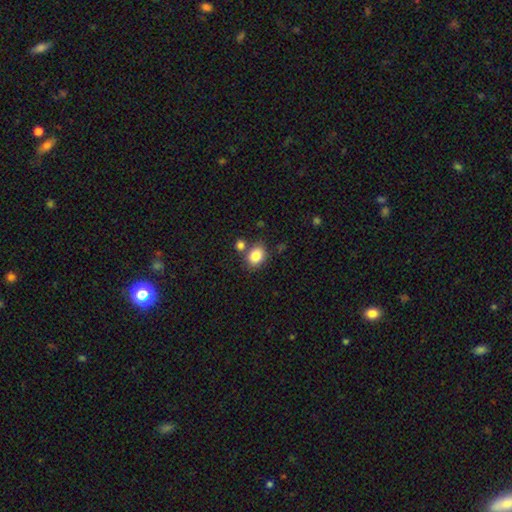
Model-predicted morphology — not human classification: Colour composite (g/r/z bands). It shows a smooth galaxy with no disk features (84%) that is in between round and cigar-shaped (58%). Merging: none (69%).